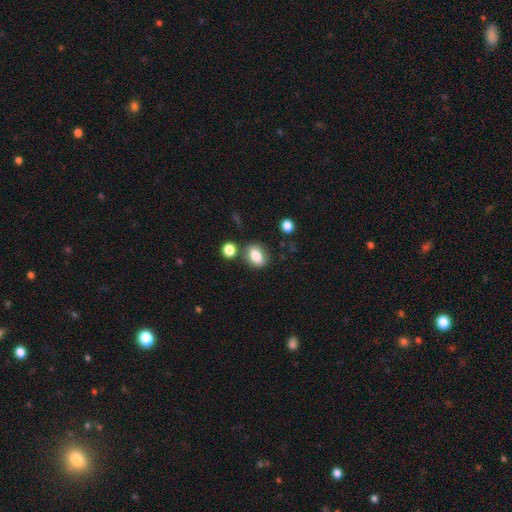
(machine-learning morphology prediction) This appears to be a smooth galaxy with no disk features (80%) that is in between round and cigar-shaped (70%). Merging: none (72%).